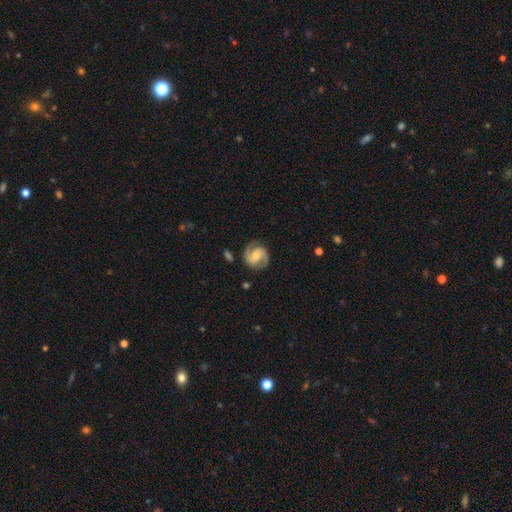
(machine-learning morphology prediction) The model was most divided on "bar": weak: 43%, no: 40%, strong: 17%. More confident: edge-on disk — no (98%); spiral arms — yes (97%); spiral arm count — 2 (92%); smooth or featured — featured or disk (87%); merging — none (84%); spiral winding — medium (51%); bulge size — moderate (50%).